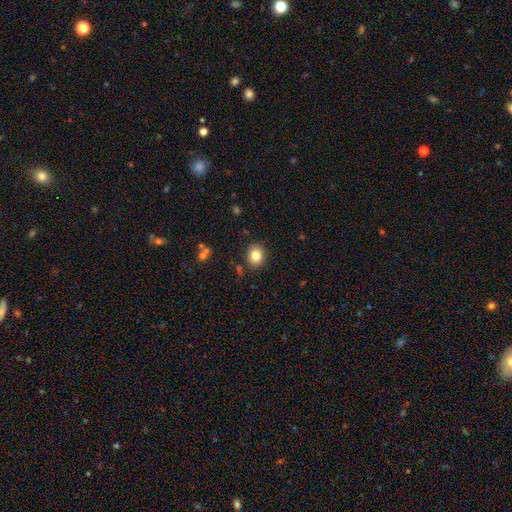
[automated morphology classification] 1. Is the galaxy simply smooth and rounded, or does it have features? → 82% smooth, 10% star or artifact, 8% featured or disk.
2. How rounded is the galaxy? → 70% round, 30% in between, 1% cigar-shaped.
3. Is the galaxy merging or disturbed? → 86% none, 9% minor disturbance, 2% major disturbance, 2% merger.